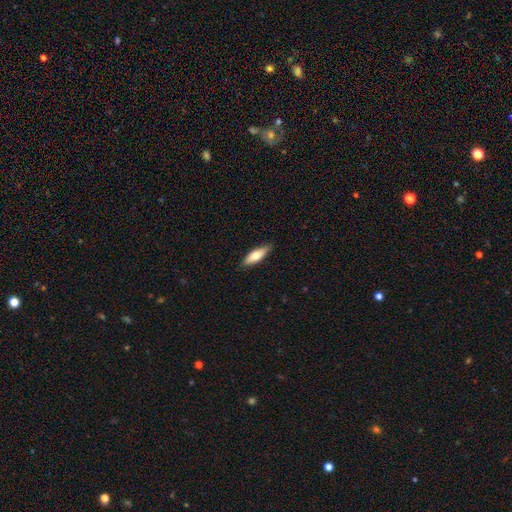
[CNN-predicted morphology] Smooth or featured? smooth (68%)
How rounded? in between (49%, tied with cigar-shaped)
Merging? none (86%)